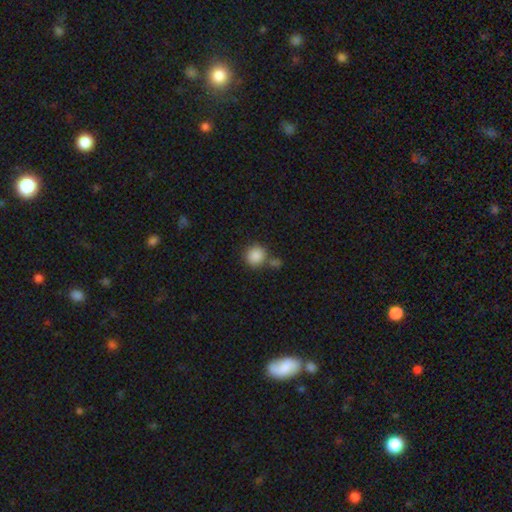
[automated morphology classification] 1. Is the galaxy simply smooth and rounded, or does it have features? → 87% smooth, 9% star or artifact, 4% featured or disk.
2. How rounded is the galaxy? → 90% round, 9% in between, 1% cigar-shaped.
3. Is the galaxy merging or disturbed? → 64% none, 22% merger, 10% minor disturbance, 4% major disturbance.